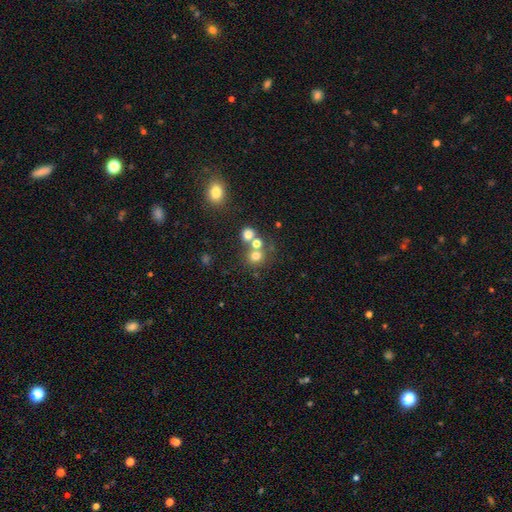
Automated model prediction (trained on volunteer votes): Smooth or featured? Predicted: smooth (p=0.69). How rounded? Predicted: round (p=0.83). Merging? Predicted: none (p=0.54).